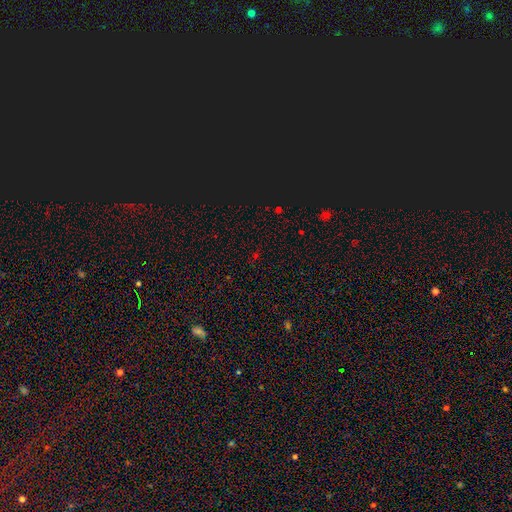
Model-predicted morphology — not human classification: A star or artifact, not a galaxy (67%).